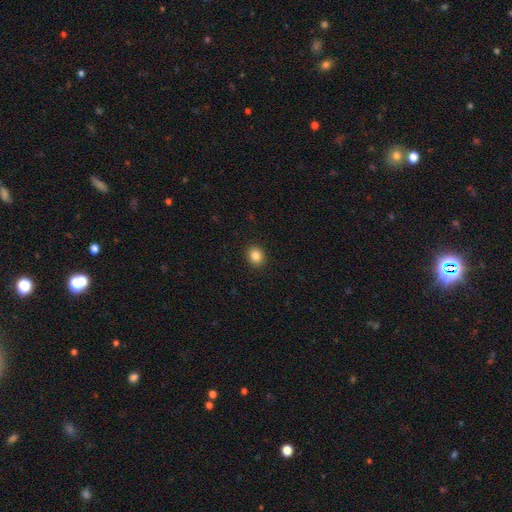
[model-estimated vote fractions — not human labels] Smooth or featured?
  - smooth: 85% *
  - star or artifact: 10%
  - featured or disk: 5%
How rounded?
  - round: 69% *
  - in between: 30%
  - cigar-shaped: 1%
Merging?
  - none: 92% *
  - minor disturbance: 5%
  - major disturbance: 2%
  - merger: 1%